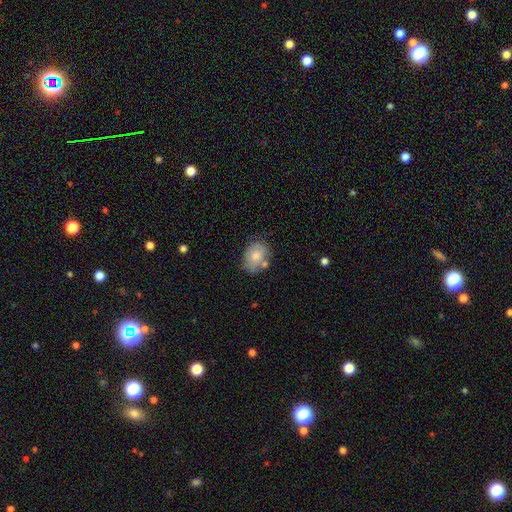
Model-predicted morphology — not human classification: Overall: smooth (75%). How rounded: in between (61%; round 38%). Merging: none (61%; minor disturbance 23%).